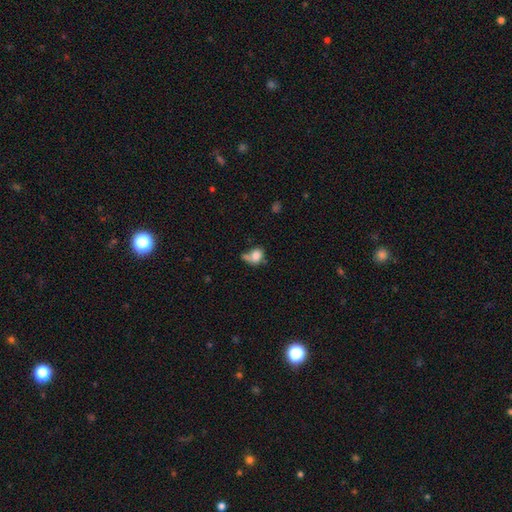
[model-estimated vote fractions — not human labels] A smooth galaxy with no disk features (78%) that is in between round and cigar-shaped (53%).

Vote fractions:
- Smooth or featured? smooth: 78% / featured or disk: 13% / star or artifact: 10%
- How rounded? in between: 53% / round: 46% / cigar-shaped: 2%
- Merging? none: 32% / merger: 28% / minor disturbance: 22% / major disturbance: 18%